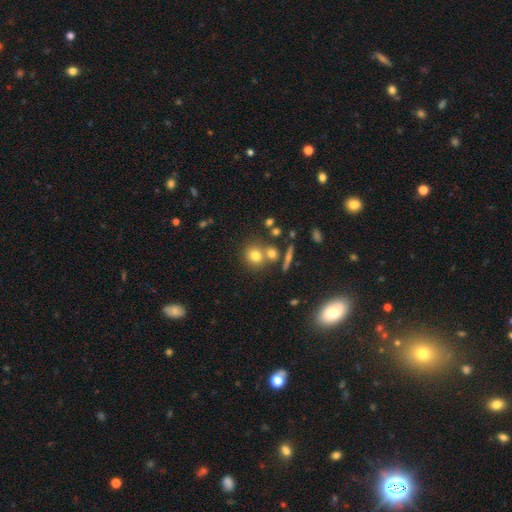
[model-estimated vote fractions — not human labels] Q: Smooth or featured?
A: smooth (73%); runner-up: star or artifact (14%)
Q: How rounded?
A: round (79%); runner-up: in between (19%)
Q: Merging?
A: none (61%); runner-up: merger (25%)